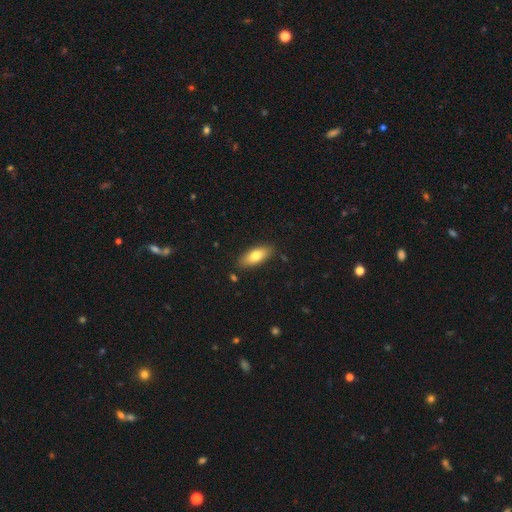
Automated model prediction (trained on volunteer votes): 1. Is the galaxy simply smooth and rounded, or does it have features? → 75% smooth, 18% featured or disk, 7% star or artifact.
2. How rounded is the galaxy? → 79% in between, 19% cigar-shaped, 3% round.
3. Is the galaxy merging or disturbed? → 85% none, 11% minor disturbance, 2% major disturbance, 2% merger.